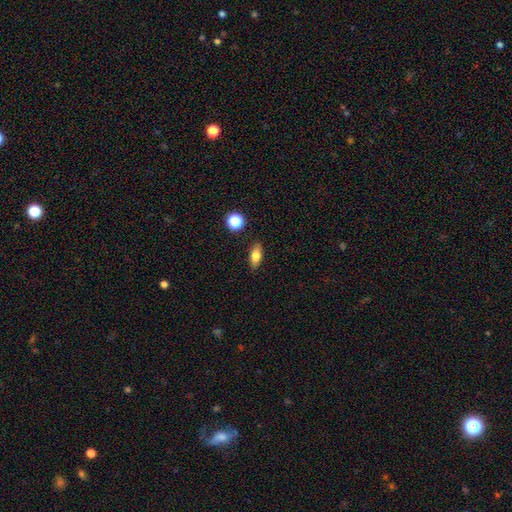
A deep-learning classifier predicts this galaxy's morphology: A smooth galaxy with no disk features (75%) that is in between round and cigar-shaped (76%). Merging: none (88%).